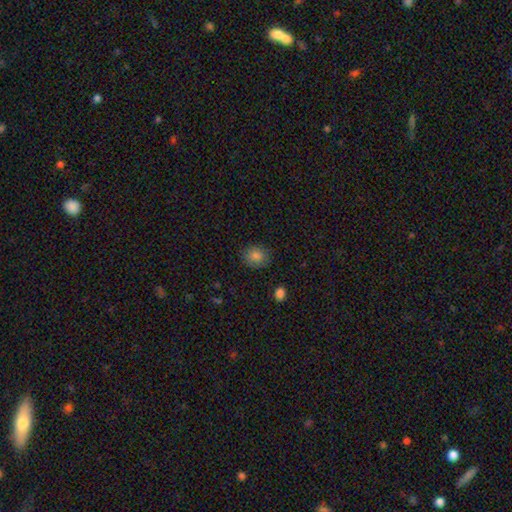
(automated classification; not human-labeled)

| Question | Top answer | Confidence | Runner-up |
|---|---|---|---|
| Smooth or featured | smooth | 83% | star or artifact (11%) |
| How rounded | round | 69% | in between (30%) |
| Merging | none | 86% | minor disturbance (11%) |